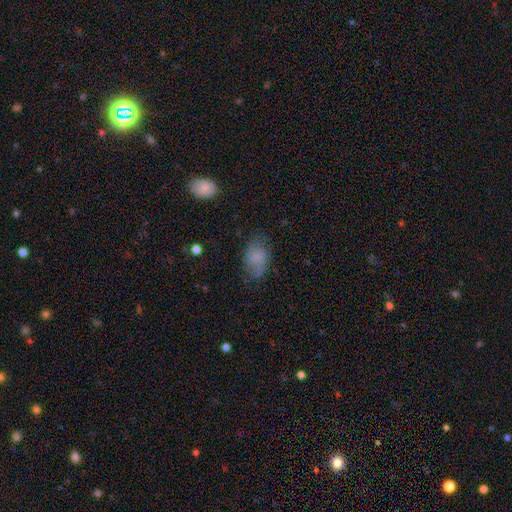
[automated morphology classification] A smooth galaxy with no disk features (67%) that is in between round and cigar-shaped (84%). Merging: none (63%).